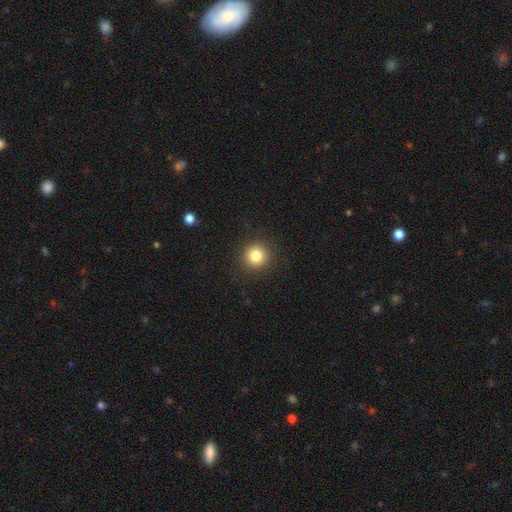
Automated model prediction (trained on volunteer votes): Q: Smooth or featured?
A: smooth (83%); runner-up: star or artifact (11%)
Q: How rounded?
A: round (94%); runner-up: in between (5%)
Q: Merging?
A: none (91%); runner-up: minor disturbance (5%)